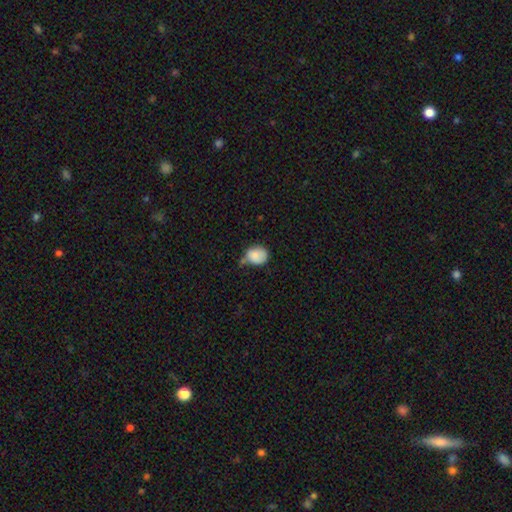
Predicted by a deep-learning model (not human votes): Smooth or featured: smooth — 84% (featured or disk — 8%)
How rounded: round — 62% (in between — 37%)
Merging: none — 44% (minor disturbance — 35%)